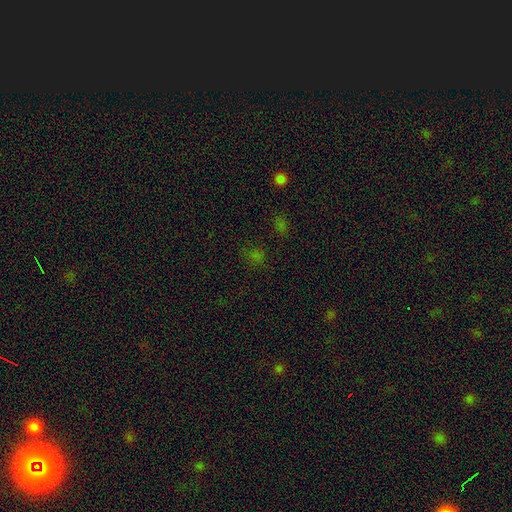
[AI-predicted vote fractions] Smooth or featured? Predicted: smooth (p=0.47). Merging? Predicted: none (p=0.75).